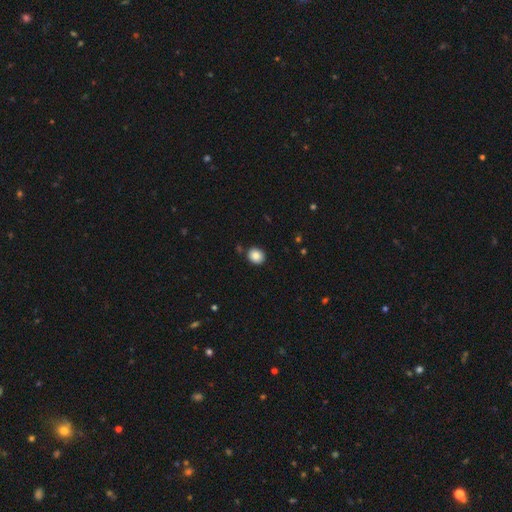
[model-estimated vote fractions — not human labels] A smooth galaxy with no disk features (87%) that is round (71%).

Vote fractions:
- Smooth or featured? smooth: 87% / star or artifact: 9% / featured or disk: 4%
- How rounded? round: 71% / in between: 28% / cigar-shaped: 1%
- Merging? none: 88% / minor disturbance: 7% / merger: 3% / major disturbance: 2%